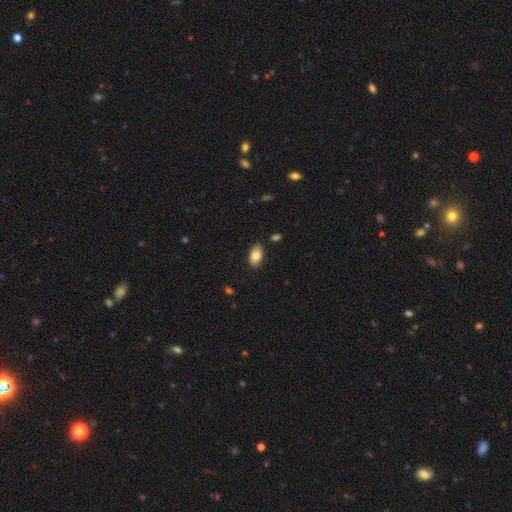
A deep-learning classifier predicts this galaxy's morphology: type=smooth (82%); roundness=in between (93%); merging=none (87%).